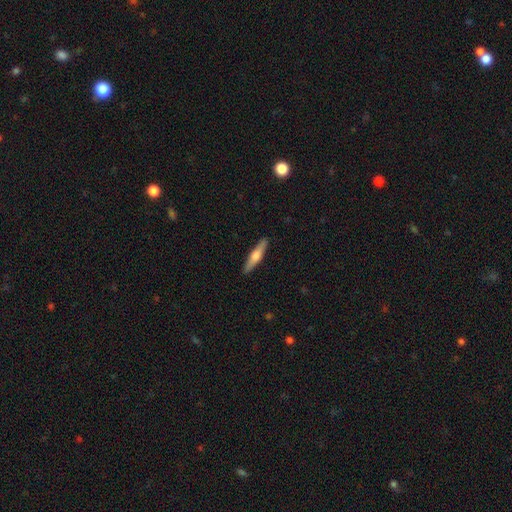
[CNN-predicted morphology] smooth 50%, featured or disk 45%, star or artifact 5%. Down the decision tree: how rounded — cigar-shaped (84%); merging — none (90%).